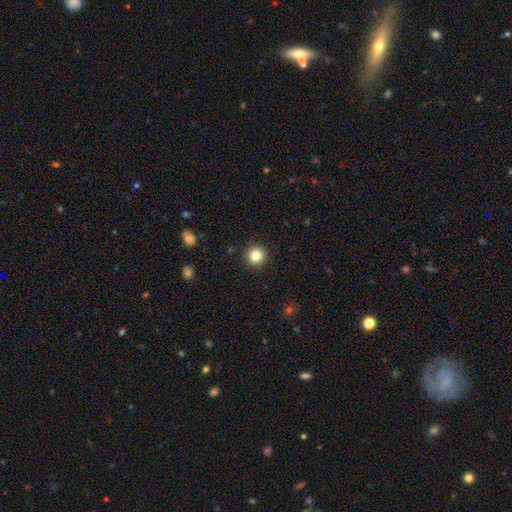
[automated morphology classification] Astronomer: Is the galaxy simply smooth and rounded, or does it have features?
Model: smooth — 83%.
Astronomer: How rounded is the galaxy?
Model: round — 95%.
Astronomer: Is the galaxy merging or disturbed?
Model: none — 92%.